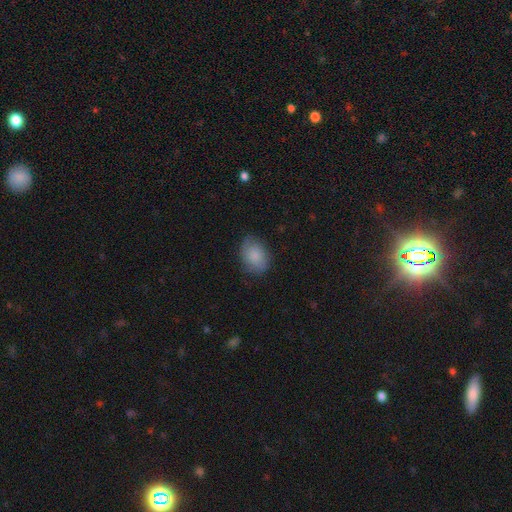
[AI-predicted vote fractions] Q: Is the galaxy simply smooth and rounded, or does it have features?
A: smooth — 76%.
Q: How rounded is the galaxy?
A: in between — 69%.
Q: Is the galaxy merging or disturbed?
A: none — 74%.